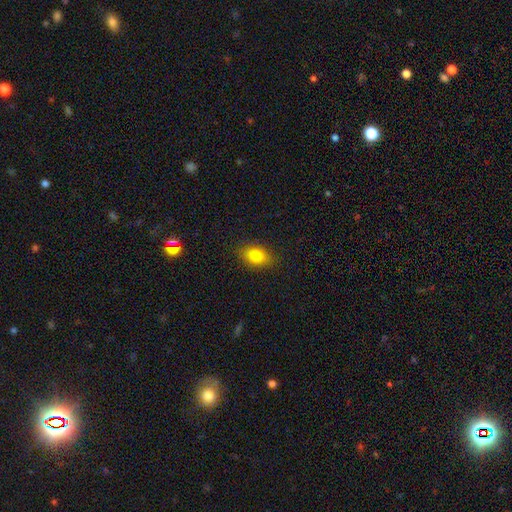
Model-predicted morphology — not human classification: smooth 84%, star or artifact 9%, featured or disk 7%. Down the decision tree: how rounded — in between (83%); merging — none (85%).